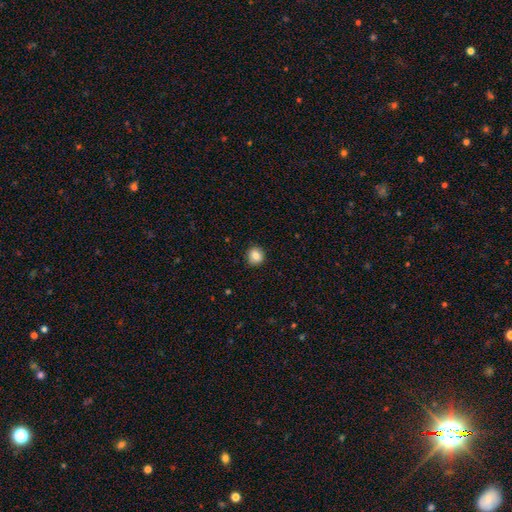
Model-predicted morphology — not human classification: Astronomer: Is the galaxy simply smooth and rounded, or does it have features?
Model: smooth — 84%.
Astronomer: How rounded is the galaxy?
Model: round — 87%.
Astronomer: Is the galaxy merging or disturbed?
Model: none — 89%.